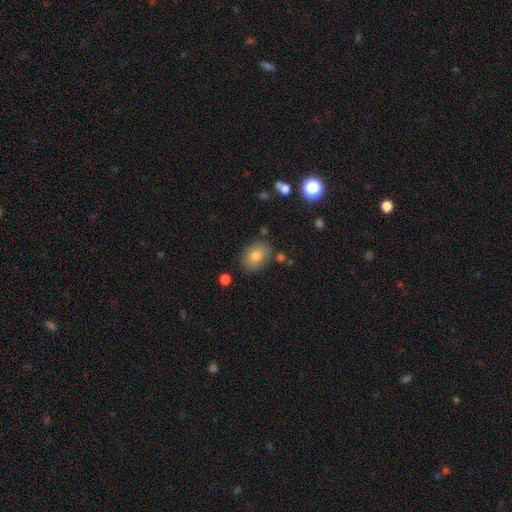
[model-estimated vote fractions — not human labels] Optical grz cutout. It shows a smooth galaxy with no disk features (79%) that is in between round and cigar-shaped (68%). Merging: none (82%).